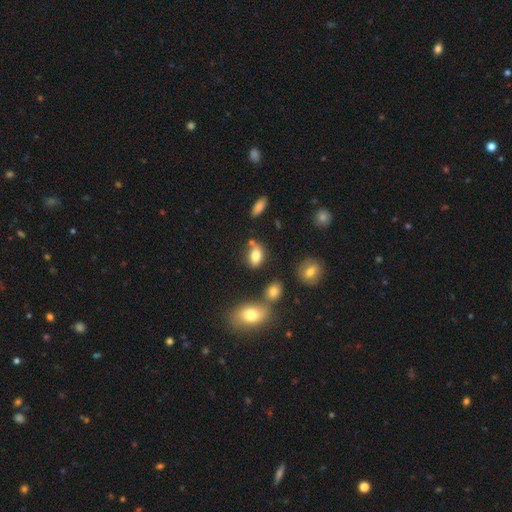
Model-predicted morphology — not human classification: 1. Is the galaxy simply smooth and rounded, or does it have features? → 79% smooth, 11% featured or disk, 10% star or artifact.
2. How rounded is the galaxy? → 81% in between, 16% round, 2% cigar-shaped.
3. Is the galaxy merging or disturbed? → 61% none, 17% minor disturbance, 17% merger, 5% major disturbance.